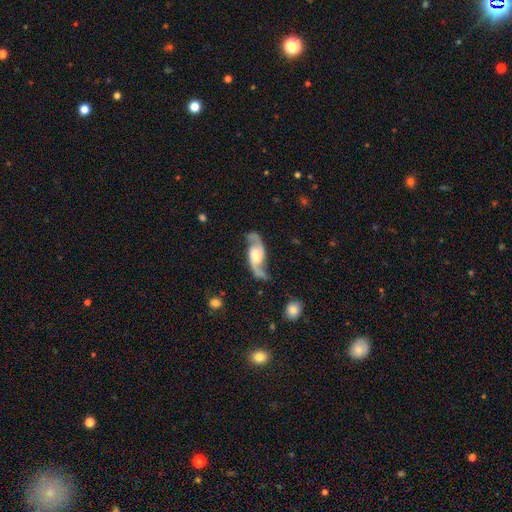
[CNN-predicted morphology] Smooth or featured? Predicted: featured or disk (p=0.88). Edge-on disk? Predicted: no (p=0.94). Bar? Predicted: no (p=0.56). Spiral arms? Predicted: yes (p=0.97). Spiral winding? Predicted: loose (p=0.53). Spiral arm count? Predicted: 2 (p=0.93). Bulge size? Predicted: moderate (p=0.51). Merging? Predicted: none (p=0.73).